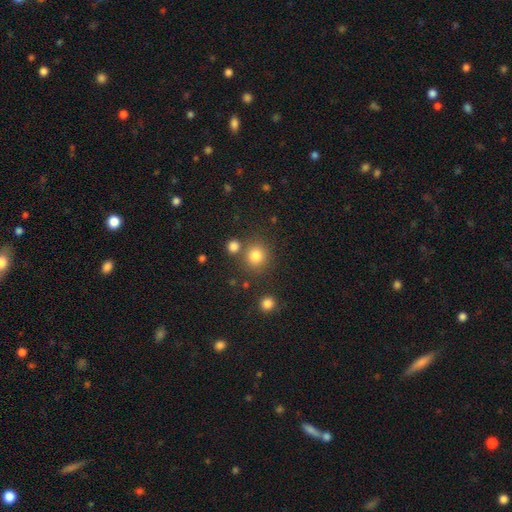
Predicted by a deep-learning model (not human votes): Smooth or featured?
  - smooth: 81% *
  - star or artifact: 13%
  - featured or disk: 6%
How rounded?
  - round: 89% *
  - in between: 10%
  - cigar-shaped: 1%
Merging?
  - none: 77% *
  - merger: 11%
  - minor disturbance: 8%
  - major disturbance: 4%